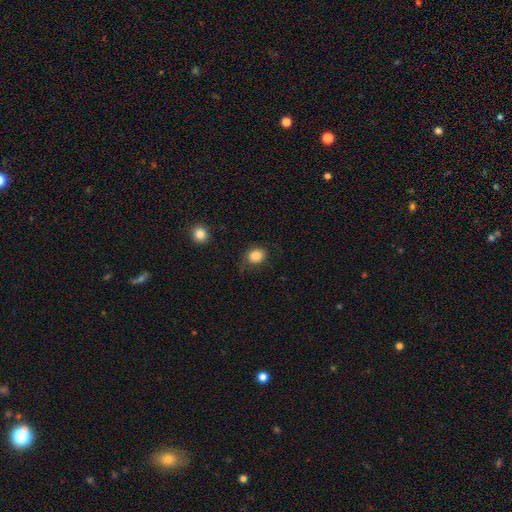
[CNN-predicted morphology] smooth_or_featured: smooth (p=0.86) [alt: star or artifact p=0.09]
how_rounded: round (p=0.61) [alt: in between p=0.38]
merging: none (p=0.78) [alt: minor disturbance p=0.15]